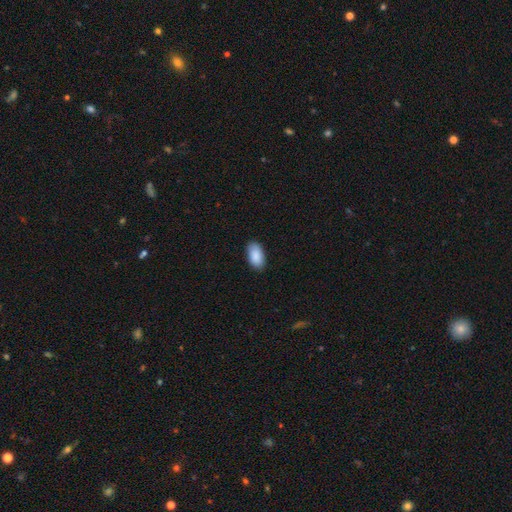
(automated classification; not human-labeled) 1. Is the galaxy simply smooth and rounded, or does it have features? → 90% smooth, 6% star or artifact, 4% featured or disk.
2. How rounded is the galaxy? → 95% in between, 3% round, 2% cigar-shaped.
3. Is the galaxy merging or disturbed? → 86% none, 11% minor disturbance, 2% major disturbance, 1% merger.